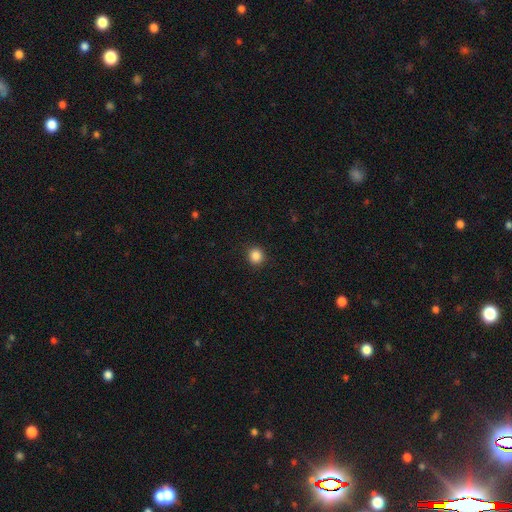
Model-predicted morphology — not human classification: smooth 86%, star or artifact 11%, featured or disk 3%. Down the decision tree: how rounded — round (89%); merging — none (91%).